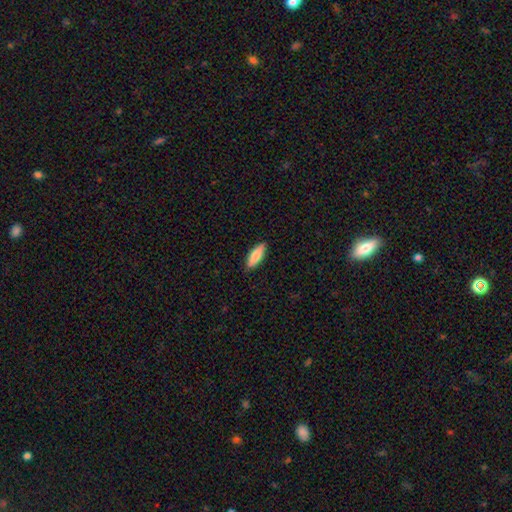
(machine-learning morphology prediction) Smooth or featured: smooth — 81% (featured or disk — 13%)
How rounded: in between — 60% (cigar-shaped — 39%)
Merging: none — 88% (minor disturbance — 9%)